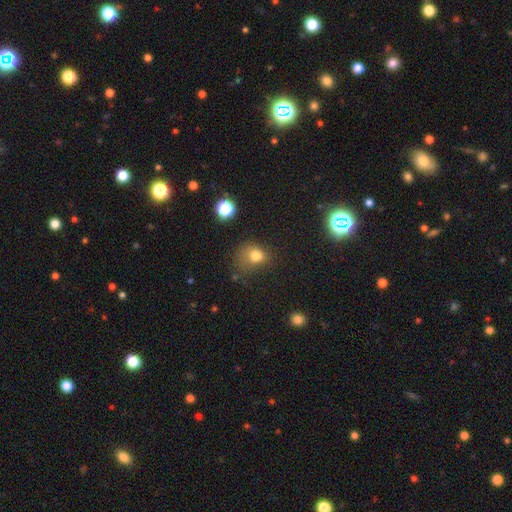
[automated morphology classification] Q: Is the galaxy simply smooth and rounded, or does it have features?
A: smooth — 76%.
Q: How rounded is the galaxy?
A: round — 58%.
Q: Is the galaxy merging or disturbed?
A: none — 42%.